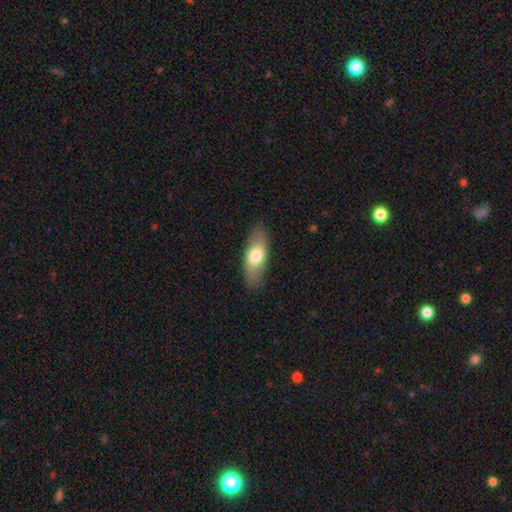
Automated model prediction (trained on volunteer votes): Overall: smooth (68%). How rounded: in between (77%). Merging: none (83%).